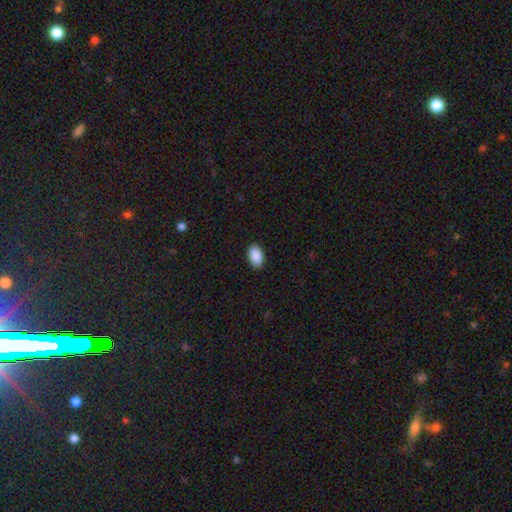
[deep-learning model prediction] A smooth galaxy with no disk features (91%) that is in between round and cigar-shaped (93%). Merging: none (89%).